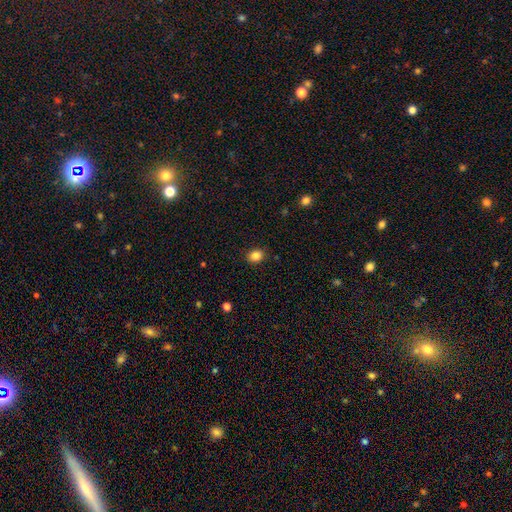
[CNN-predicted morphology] type=smooth (85%); roundness=round (52%); merging=none (89%).